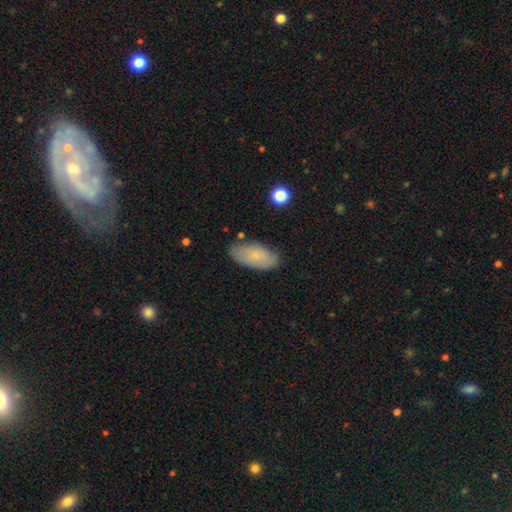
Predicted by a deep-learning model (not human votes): A smooth galaxy with no disk features (77%) that is in between round and cigar-shaped (91%). Merging: none (78%).